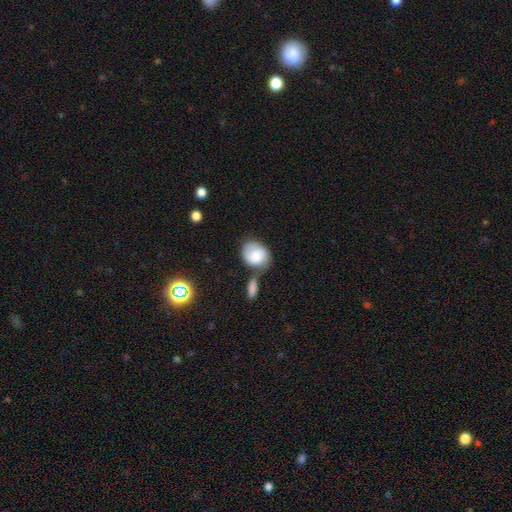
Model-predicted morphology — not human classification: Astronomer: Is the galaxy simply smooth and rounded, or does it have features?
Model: smooth — 71%.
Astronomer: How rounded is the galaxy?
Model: round — 53% (runner-up: in between, 45%).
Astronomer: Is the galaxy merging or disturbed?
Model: none — 40% (runner-up: merger, 31%).